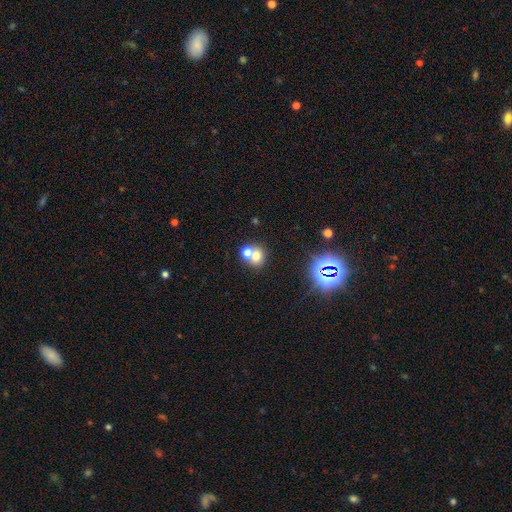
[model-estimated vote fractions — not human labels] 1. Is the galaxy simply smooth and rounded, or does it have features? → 68% smooth, 17% featured or disk, 15% star or artifact.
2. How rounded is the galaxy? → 69% round, 30% in between, 1% cigar-shaped.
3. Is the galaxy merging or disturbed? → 58% merger, 33% none, 6% minor disturbance, 3% major disturbance.